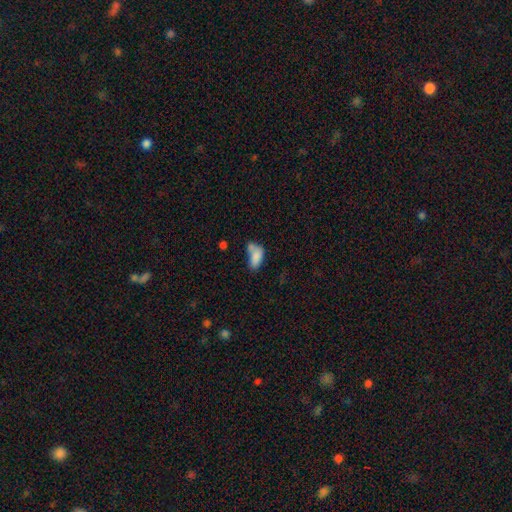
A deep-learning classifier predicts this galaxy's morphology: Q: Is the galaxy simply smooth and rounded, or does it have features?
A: smooth — 78%.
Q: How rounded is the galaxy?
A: in between — 90%.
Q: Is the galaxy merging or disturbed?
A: merger — 31%.